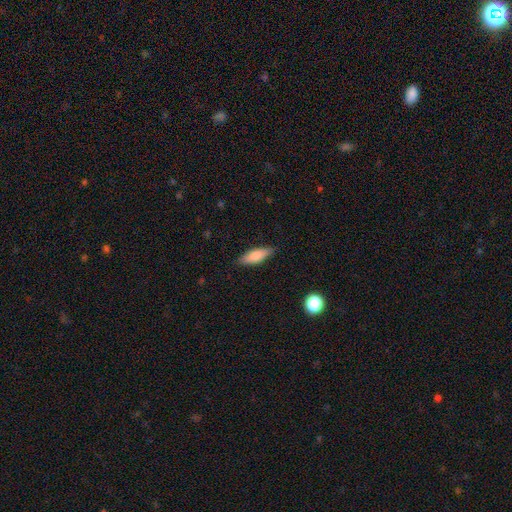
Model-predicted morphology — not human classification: smooth_or_featured: smooth (p=0.79) [alt: featured or disk p=0.14]
how_rounded: in between (p=0.53) [alt: cigar-shaped p=0.45]
merging: none (p=0.85) [alt: minor disturbance p=0.12]